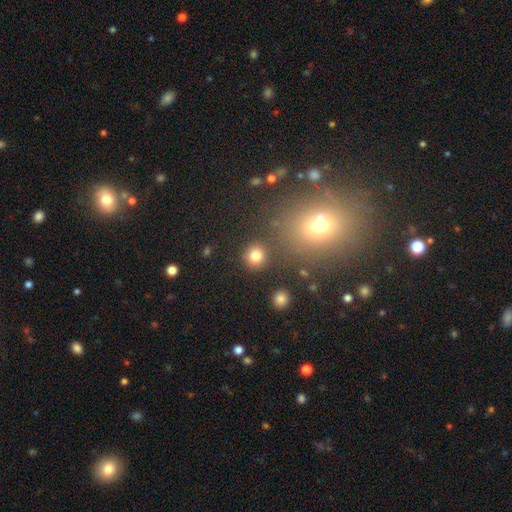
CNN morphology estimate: Q: Smooth or featured?
A: smooth (81%); runner-up: star or artifact (13%)
Q: How rounded?
A: round (89%); runner-up: in between (10%)
Q: Merging?
A: none (86%); runner-up: minor disturbance (7%)